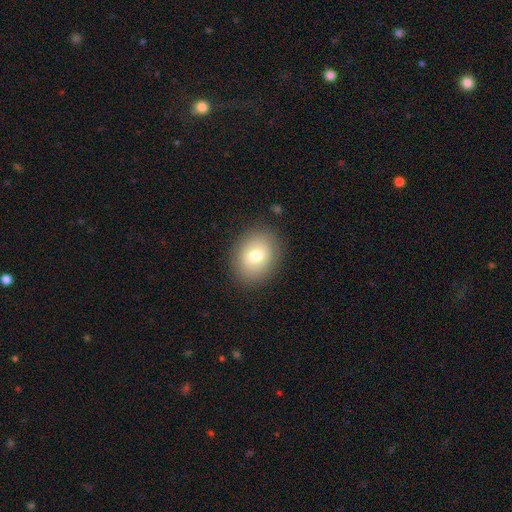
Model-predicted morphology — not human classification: smooth_or_featured: smooth (p=0.76) [alt: featured or disk p=0.15]
how_rounded: in between (p=0.52) [alt: round p=0.48]
merging: none (p=0.87) [alt: minor disturbance p=0.09]